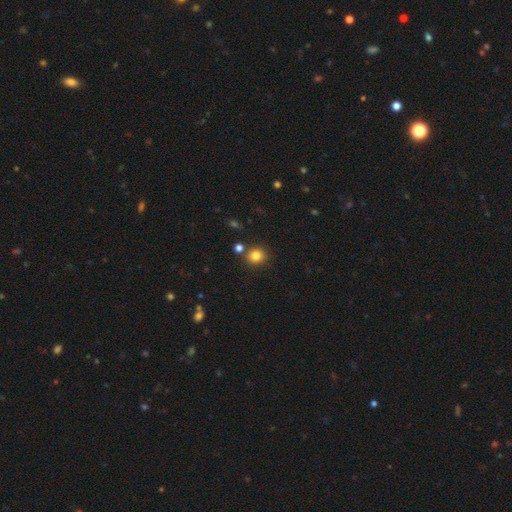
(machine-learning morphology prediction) The model was most divided on "smooth or featured": smooth: 82%, star or artifact: 13%, featured or disk: 6%. More confident: how rounded — round (84%); merging — none (83%).